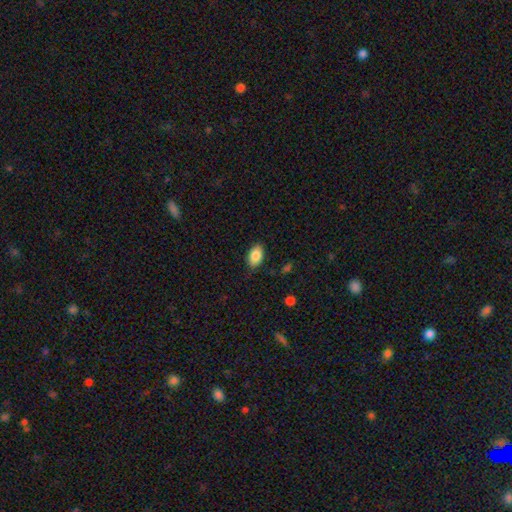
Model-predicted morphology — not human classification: Smooth or featured: smooth — 86% (star or artifact — 7%)
How rounded: in between — 90% (round — 8%)
Merging: none — 82% (minor disturbance — 14%)